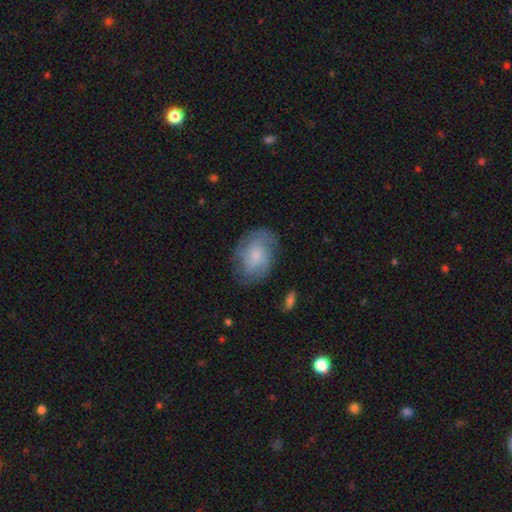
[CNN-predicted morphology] smooth 49%, featured or disk 44%, star or artifact 7%. Down the decision tree: merging — none (70%).